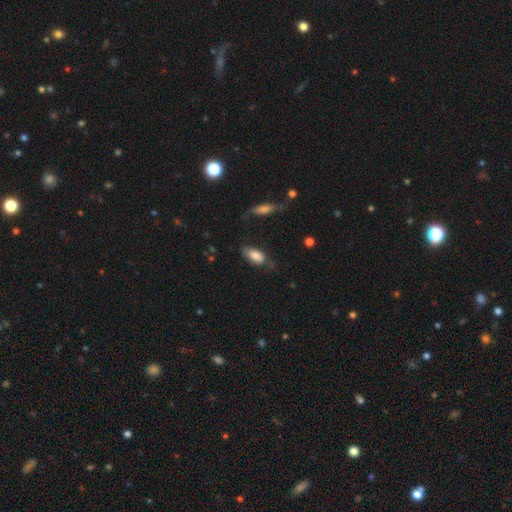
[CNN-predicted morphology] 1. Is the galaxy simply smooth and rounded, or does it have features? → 76% smooth, 17% featured or disk, 7% star or artifact.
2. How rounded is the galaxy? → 89% in between, 9% cigar-shaped, 3% round.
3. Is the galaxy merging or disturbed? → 52% none, 30% minor disturbance, 14% major disturbance, 4% merger.